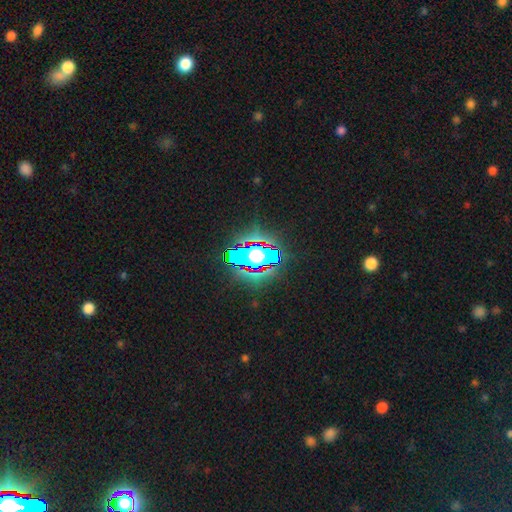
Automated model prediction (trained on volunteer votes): star or artifact 59%, smooth 26%, featured or disk 15%.